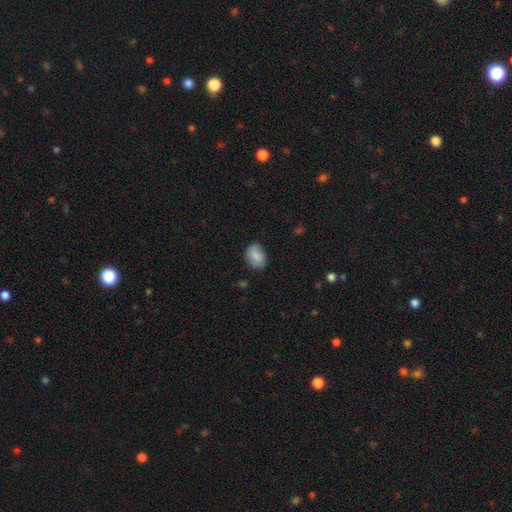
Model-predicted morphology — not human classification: This is clearly a smooth galaxy (83%). How rounded: likely in between (74%). Merging: likely none (73%).